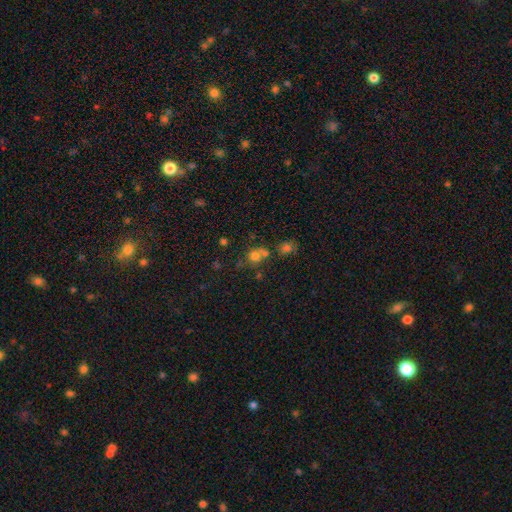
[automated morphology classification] Q: Smooth or featured?
A: smooth (72%); runner-up: star or artifact (17%)
Q: How rounded?
A: round (81%); runner-up: in between (18%)
Q: Merging?
A: none (48%); runner-up: merger (34%)